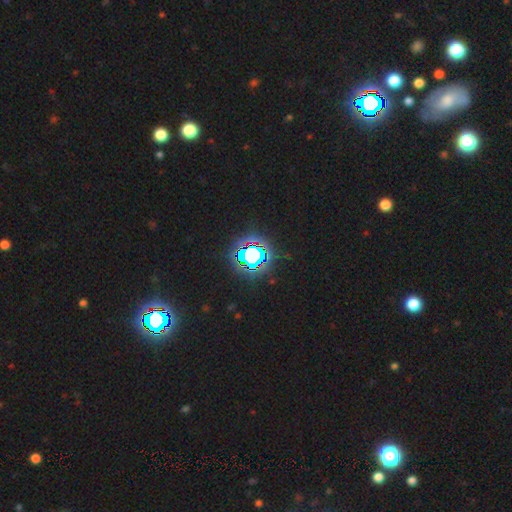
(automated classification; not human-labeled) This is likely a star or artifact rather than a galaxy (69%).